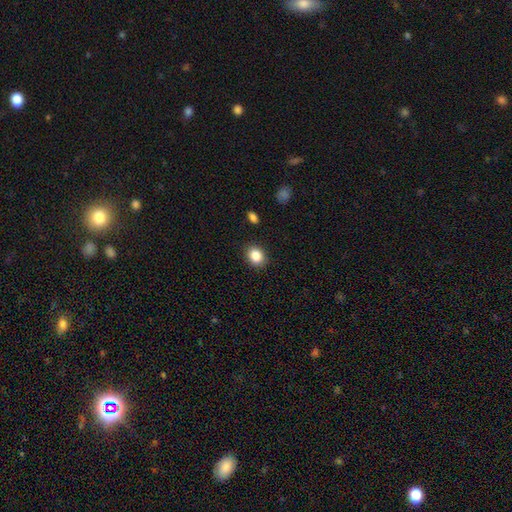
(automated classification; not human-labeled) smooth 86%, star or artifact 9%, featured or disk 5%. Down the decision tree: how rounded — round (55%); merging — none (88%).